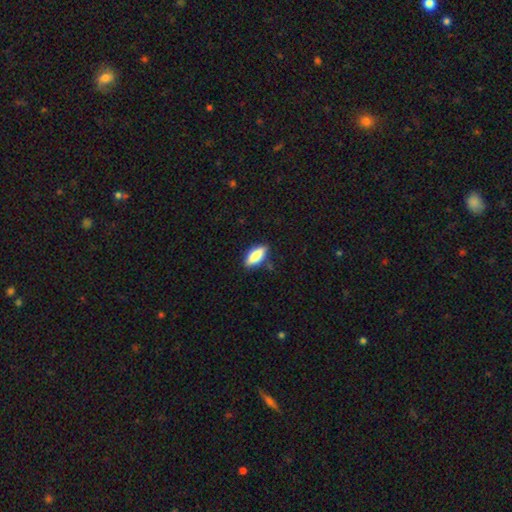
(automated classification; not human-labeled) The model was most divided on "how rounded": in between: 71%, cigar-shaped: 26%, round: 3%. More confident: merging — none (82%); smooth or featured — smooth (71%).